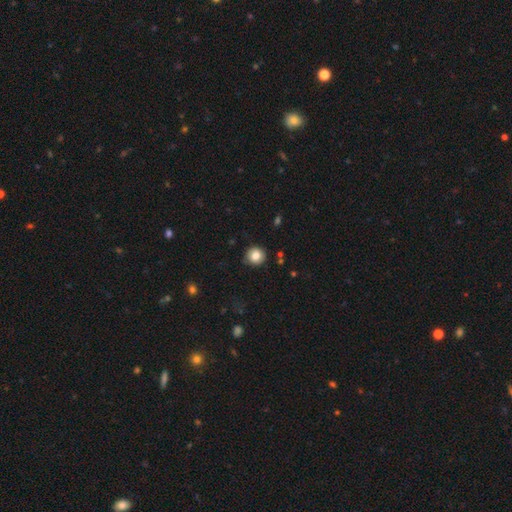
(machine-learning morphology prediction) Q: Smooth or featured?
A: smooth (82%); runner-up: star or artifact (10%)
Q: How rounded?
A: round (92%); runner-up: in between (7%)
Q: Merging?
A: none (87%); runner-up: minor disturbance (9%)